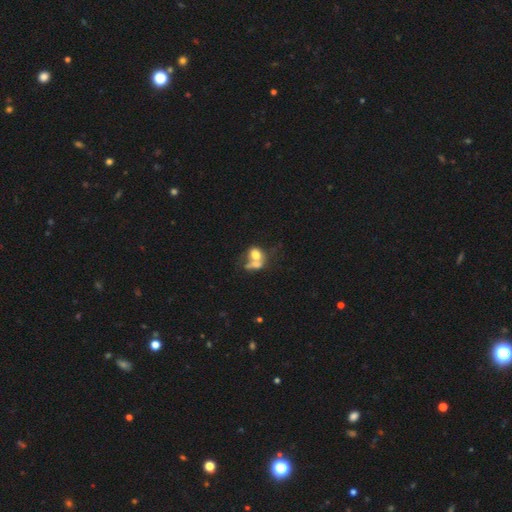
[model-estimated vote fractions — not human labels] Smooth or featured?
  - smooth: 63% *
  - featured or disk: 26%
  - star or artifact: 11%
How rounded?
  - in between: 58% *
  - round: 40%
  - cigar-shaped: 2%
Merging?
  - merger: 63% *
  - none: 20%
  - major disturbance: 9%
  - minor disturbance: 8%